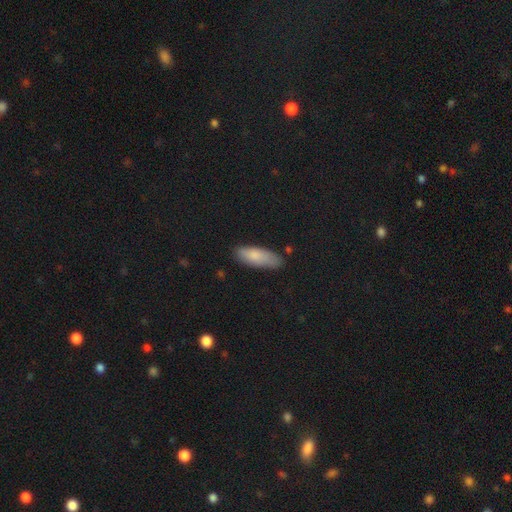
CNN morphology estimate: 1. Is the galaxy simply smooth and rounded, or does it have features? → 82% smooth, 11% featured or disk, 6% star or artifact.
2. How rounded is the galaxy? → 69% in between, 29% cigar-shaped, 2% round.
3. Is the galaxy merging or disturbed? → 77% none, 18% minor disturbance, 3% major disturbance, 2% merger.